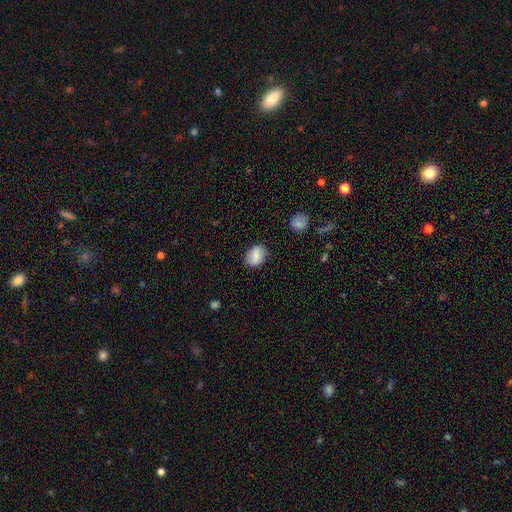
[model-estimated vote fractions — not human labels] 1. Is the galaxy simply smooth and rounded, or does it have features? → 78% smooth, 14% featured or disk, 8% star or artifact.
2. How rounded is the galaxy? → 76% in between, 22% round, 2% cigar-shaped.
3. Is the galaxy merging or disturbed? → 83% none, 13% minor disturbance, 3% major disturbance, 2% merger.